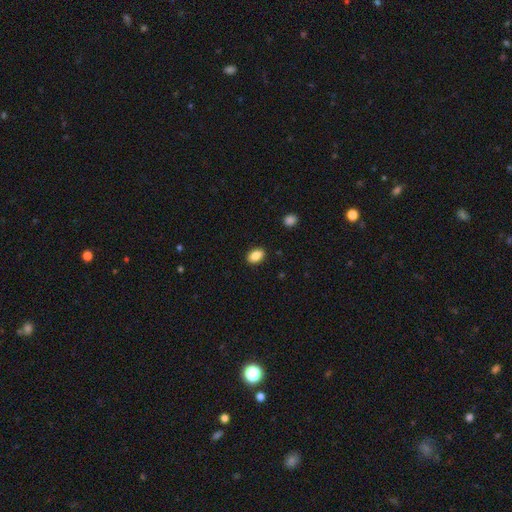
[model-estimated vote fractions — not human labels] Q: Smooth or featured?
A: smooth (87%); runner-up: star or artifact (8%)
Q: How rounded?
A: in between (87%); runner-up: round (11%)
Q: Merging?
A: none (89%); runner-up: minor disturbance (8%)